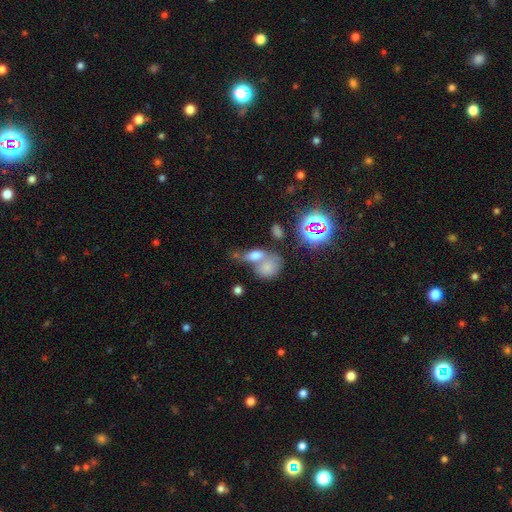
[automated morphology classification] smooth 62%, featured or disk 20%, star or artifact 18%. Down the decision tree: how rounded — in between (67%); merging — merger (53%).